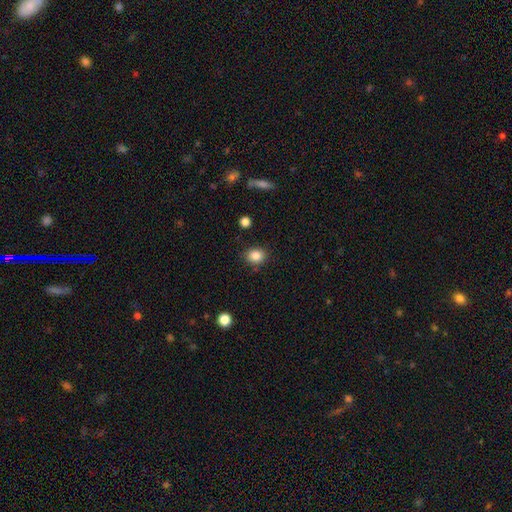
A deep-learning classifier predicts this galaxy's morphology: A smooth galaxy with no disk features (84%) that is round (64%). Merging: none (87%).